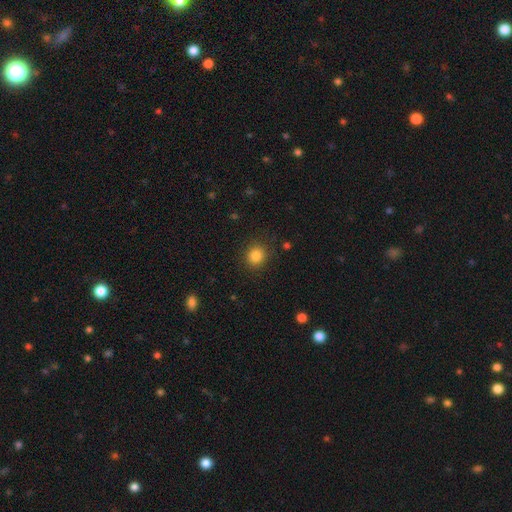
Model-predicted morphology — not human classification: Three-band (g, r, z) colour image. It shows a smooth galaxy with no disk features (85%) that is round (86%). Merging: none (88%).